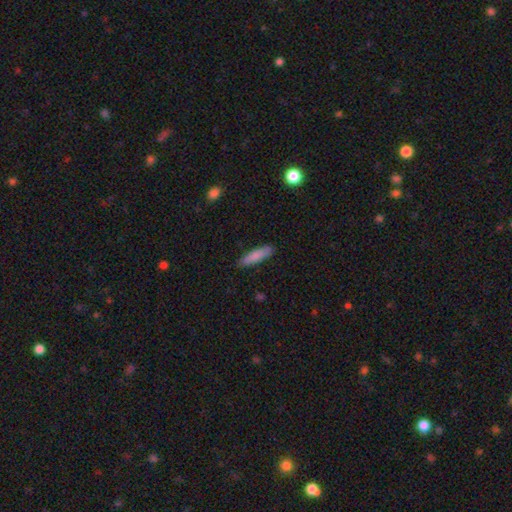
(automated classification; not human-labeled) A smooth galaxy with no disk features (83%) that is cigar-shaped (76%). Merging: none (86%).